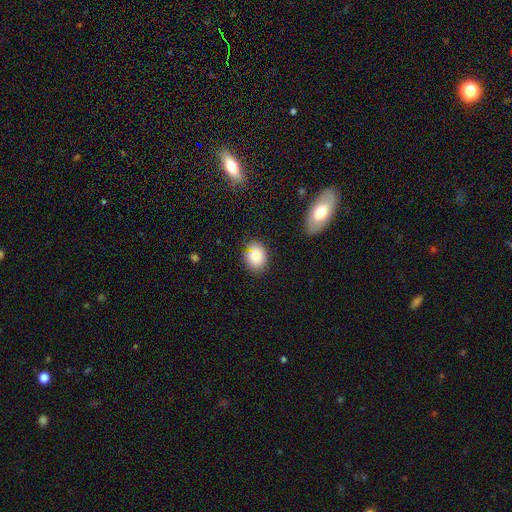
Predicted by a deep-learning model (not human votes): Smooth or featured?
  - smooth: 82% *
  - star or artifact: 9%
  - featured or disk: 9%
How rounded?
  - in between: 53% *
  - round: 45%
  - cigar-shaped: 1%
Merging?
  - none: 76% *
  - minor disturbance: 17%
  - major disturbance: 4%
  - merger: 3%